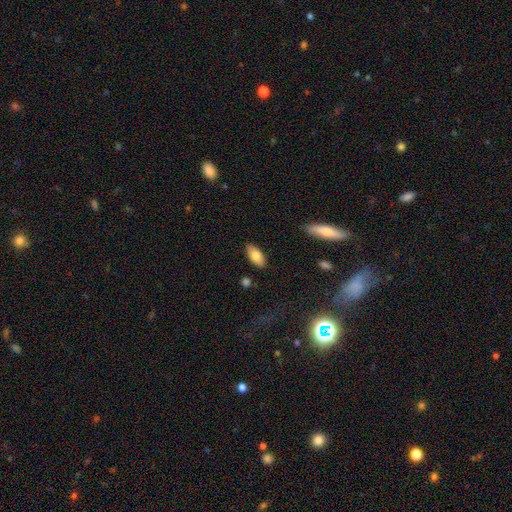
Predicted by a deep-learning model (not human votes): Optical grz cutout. It shows a smooth galaxy with no disk features (81%) that is in between round and cigar-shaped (90%). Merging: none (85%).